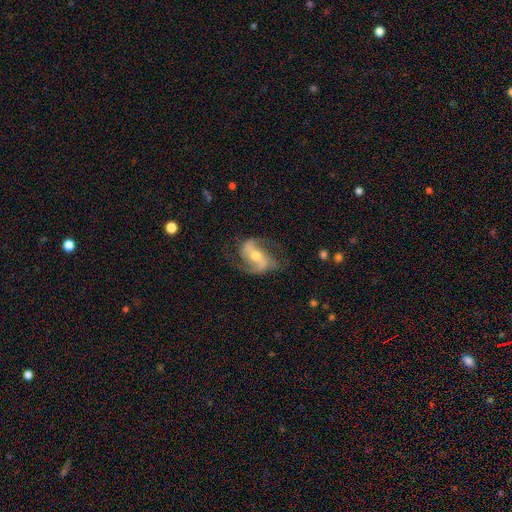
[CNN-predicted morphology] smooth_or_featured: featured or disk (p=0.86) [alt: smooth p=0.08]
disk_edge_on: no (p=0.96) [alt: yes p=0.04]
bar: weak (p=0.37) [alt: no p=0.34]
has_spiral_arms: yes (p=0.96) [alt: no p=0.04]
spiral_winding: medium (p=0.44) [alt: loose p=0.41]
spiral_arm_count: 2 (p=0.82) [alt: 3 p=0.07]
bulge_size: moderate (p=0.62) [alt: small p=0.32]
merging: none (p=0.68) [alt: minor disturbance p=0.18]